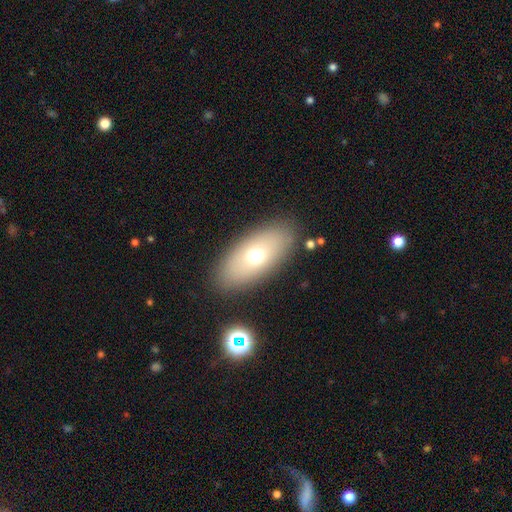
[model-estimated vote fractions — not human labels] Morphology: type=smooth (66%); roundness=in between (88%); merging=none (86%).